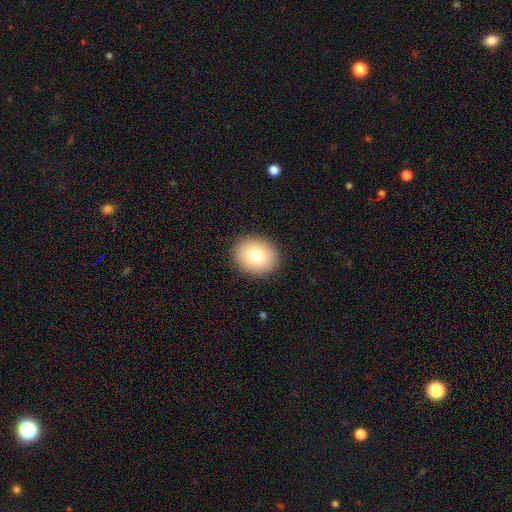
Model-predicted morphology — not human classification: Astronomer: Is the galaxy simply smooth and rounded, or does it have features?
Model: smooth — 78%.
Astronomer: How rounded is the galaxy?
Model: round — 65%.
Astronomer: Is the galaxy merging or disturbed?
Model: none — 91%.